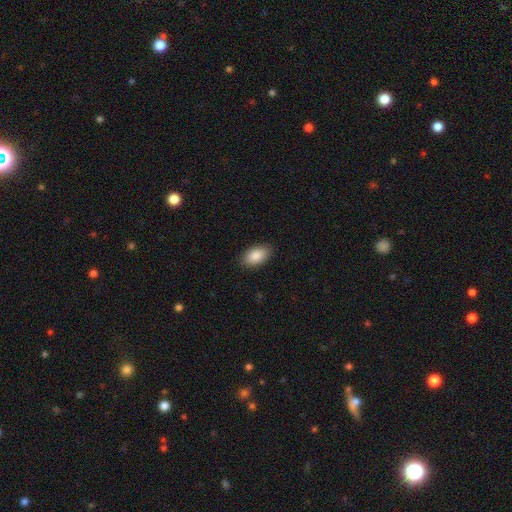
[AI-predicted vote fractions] smooth-or-featured: smooth: 87% | star or artifact: 7% | featured or disk: 6%
  how-rounded: in between: 93% | round: 5% | cigar-shaped: 2%
  merging: none: 88% | minor disturbance: 9% | major disturbance: 2% | merger: 1%